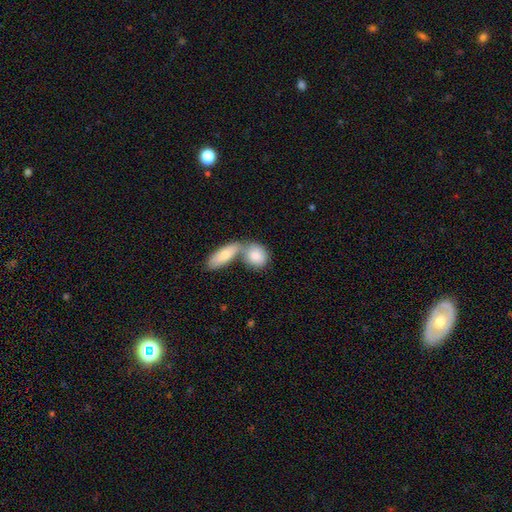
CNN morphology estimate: Overall: smooth (82%). How rounded: in between (56%; round 38%). Merging: merger (59%; none 29%).